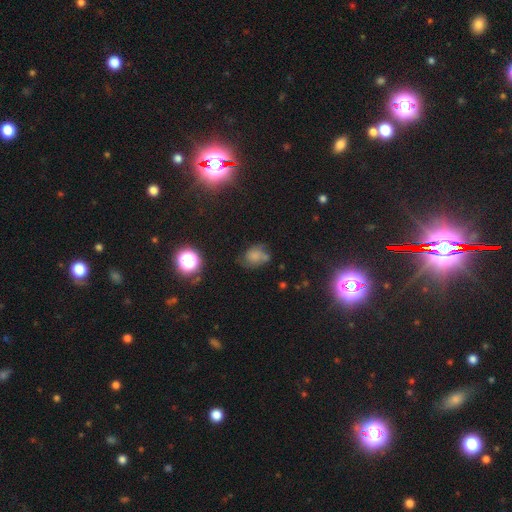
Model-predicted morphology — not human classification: Overall: smooth (59%; featured or disk 22%). How rounded: in between (56%; round 43%). Merging: none (47%; minor disturbance 29%).